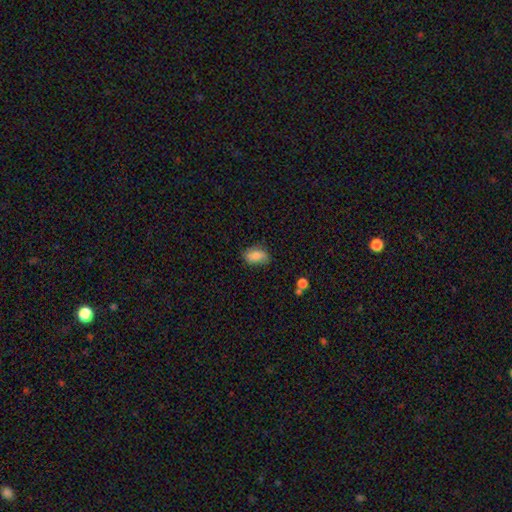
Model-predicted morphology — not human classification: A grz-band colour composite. It shows a smooth galaxy with no disk features (80%) that is in between round and cigar-shaped (88%). Merging: none (69%).